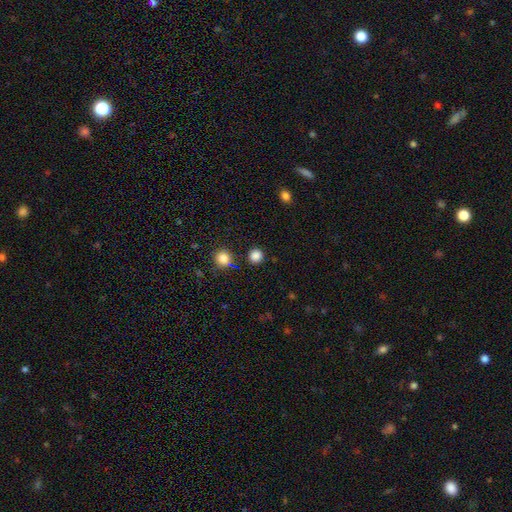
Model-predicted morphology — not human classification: Smooth or featured? smooth (83%)
How rounded? round (92%)
Merging? none (89%)